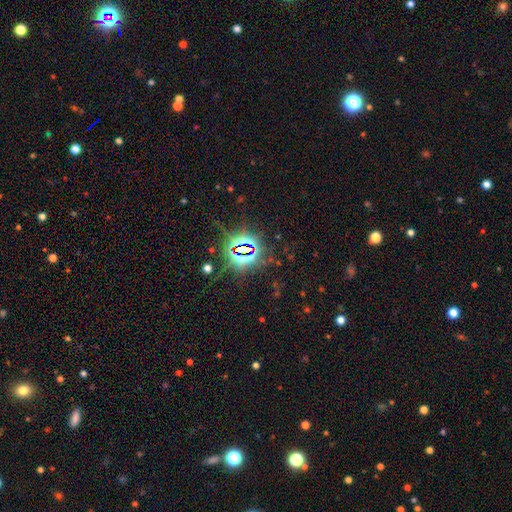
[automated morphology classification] Smooth or featured? star or artifact (85%)